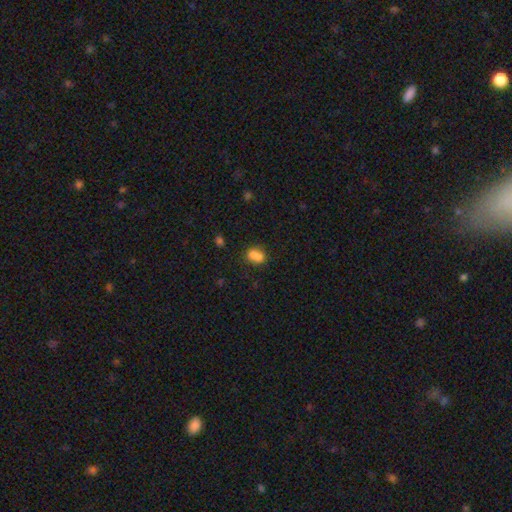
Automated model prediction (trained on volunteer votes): Smooth or featured?
  - smooth: 75% *
  - featured or disk: 14%
  - star or artifact: 11%
How rounded?
  - in between: 54% *
  - round: 44%
  - cigar-shaped: 2%
Merging?
  - merger: 54% *
  - none: 32%
  - minor disturbance: 10%
  - major disturbance: 4%